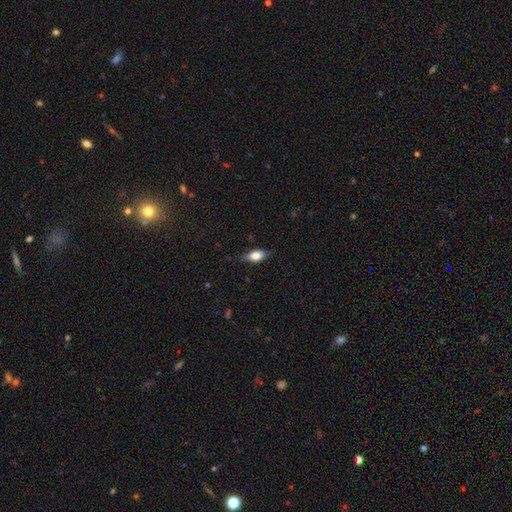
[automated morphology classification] smooth-or-featured: smooth: 70% | featured or disk: 22% | star or artifact: 8%
  how-rounded: in between: 82% | cigar-shaped: 12% | round: 6%
  merging: none: 76% | minor disturbance: 19% | major disturbance: 4% | merger: 1%